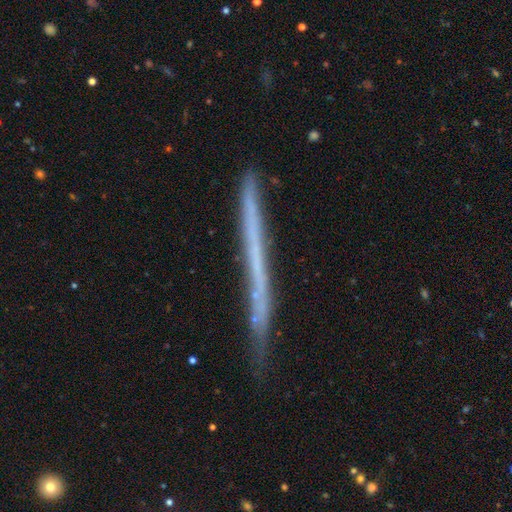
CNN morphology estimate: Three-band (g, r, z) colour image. It shows a featured or disk galaxy (55%) viewed edge-on (95%) with no central bulge (95%). Merging: none (80%).